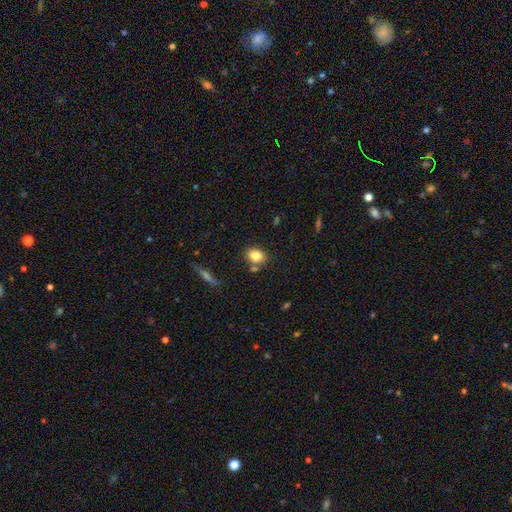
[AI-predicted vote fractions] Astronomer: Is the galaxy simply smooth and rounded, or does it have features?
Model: smooth — 81%.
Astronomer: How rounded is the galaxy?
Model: in between — 63%.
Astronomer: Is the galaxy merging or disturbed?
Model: none — 74%.